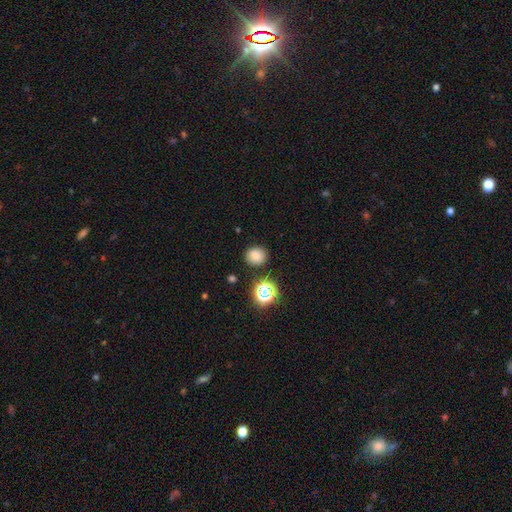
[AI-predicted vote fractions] Smooth or featured?
  - smooth: 77% *
  - star or artifact: 16%
  - featured or disk: 8%
How rounded?
  - round: 80% *
  - in between: 19%
  - cigar-shaped: 1%
Merging?
  - none: 86% *
  - minor disturbance: 9%
  - merger: 3%
  - major disturbance: 3%